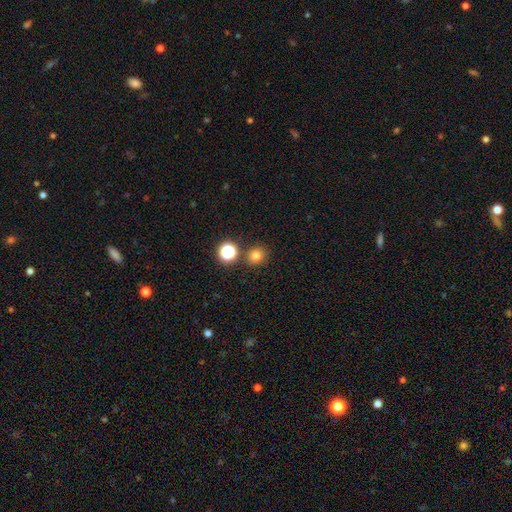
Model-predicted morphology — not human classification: This appears to be a smooth galaxy with no disk features (77%) that is round (83%). Merging: none (81%).